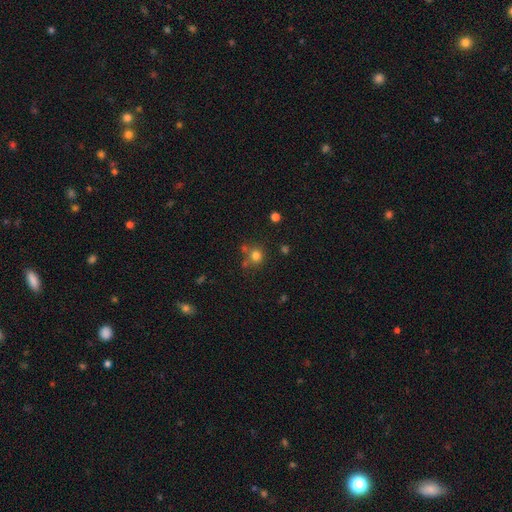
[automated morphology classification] This is likely a smooth galaxy (76%). How rounded: clearly round (88%). Merging: likely none (65%).